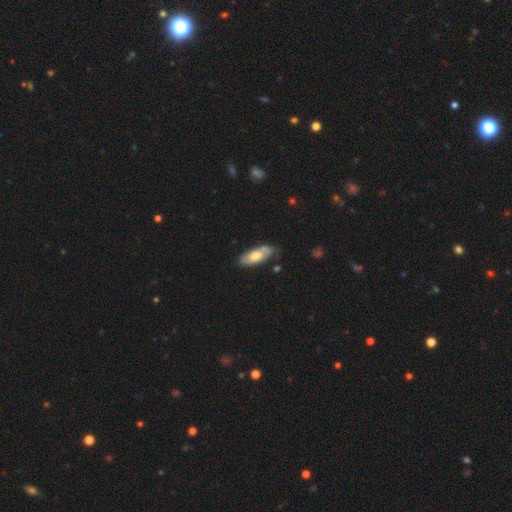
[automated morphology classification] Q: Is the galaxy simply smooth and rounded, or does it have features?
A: smooth — 57%.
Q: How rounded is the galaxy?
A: in between — 77%.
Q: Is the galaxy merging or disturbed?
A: none — 67%.